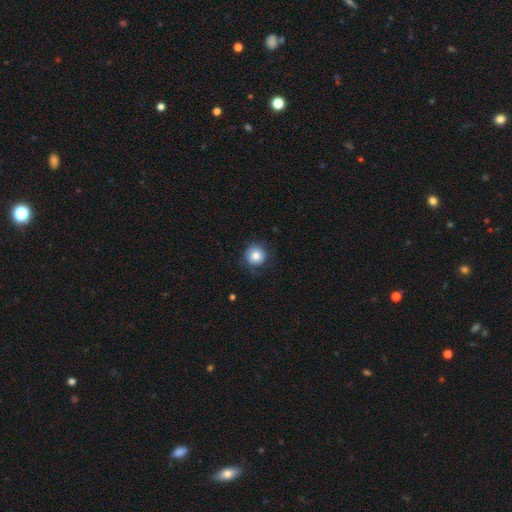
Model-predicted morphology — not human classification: This appears to be a smooth galaxy with no disk features (78%) that is round (94%). Merging: none (76%).